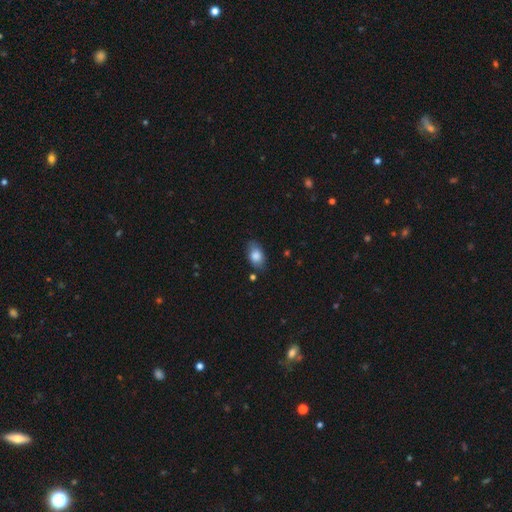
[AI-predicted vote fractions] This appears to be a smooth galaxy with no disk features (81%) that is in between round and cigar-shaped (86%). Merging: none (73%).